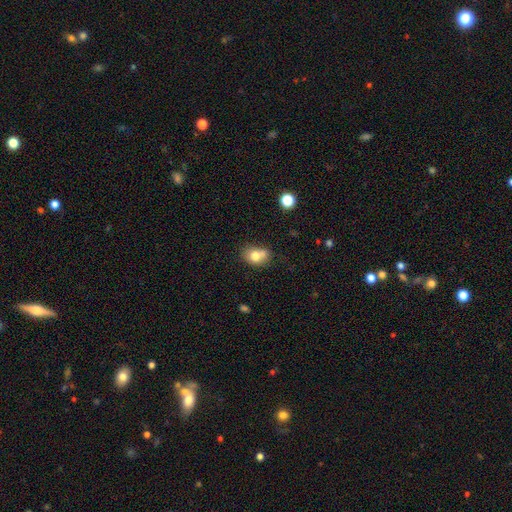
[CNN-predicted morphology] This appears to be a smooth galaxy with no disk features (75%) that is in between round and cigar-shaped (57%). Merging: none (45%).